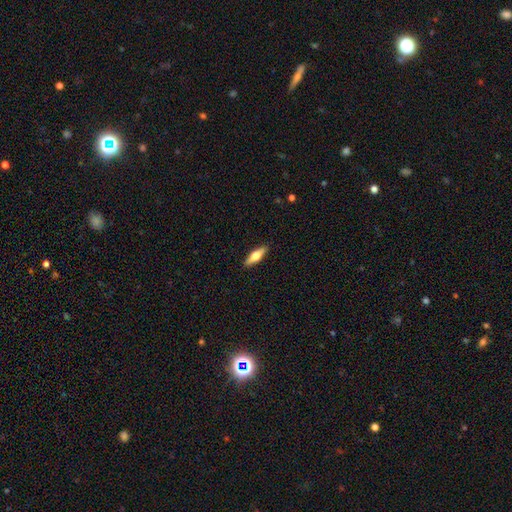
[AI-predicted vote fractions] A smooth galaxy with no disk features (54%) that is cigar-shaped (53%). Merging: none (90%).